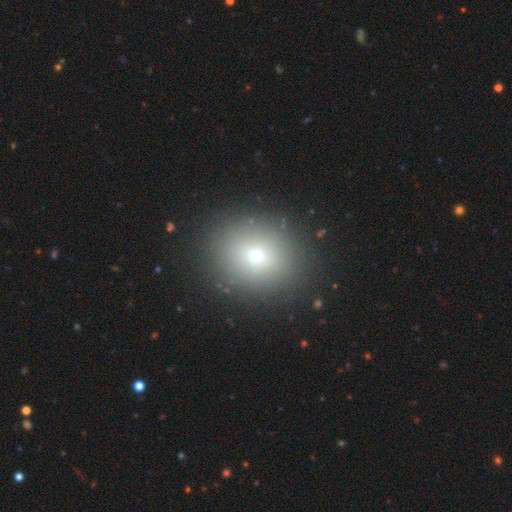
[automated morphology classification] This appears to be a smooth galaxy with no disk features (68%) that is round (71%). Merging: none (87%).